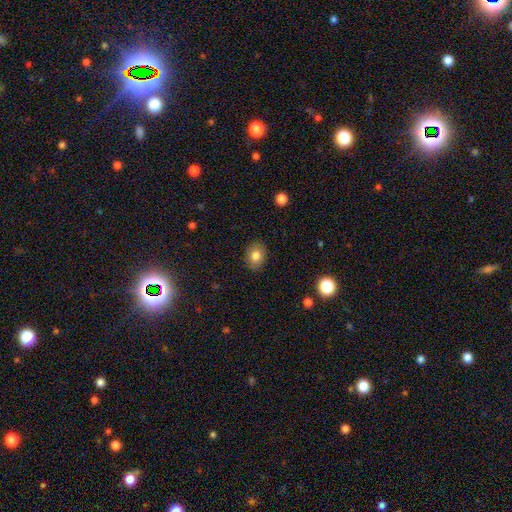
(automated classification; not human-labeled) The model was most divided on "how rounded": in between: 55%, round: 44%, cigar-shaped: 1%. More confident: merging — none (86%); smooth or featured — smooth (80%).